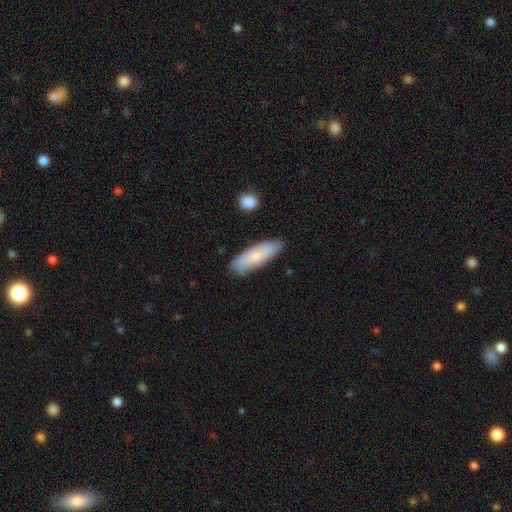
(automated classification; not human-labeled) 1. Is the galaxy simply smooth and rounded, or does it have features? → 77% smooth, 17% featured or disk, 6% star or artifact.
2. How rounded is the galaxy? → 51% in between, 48% cigar-shaped, 2% round.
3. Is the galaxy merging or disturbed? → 81% none, 15% minor disturbance, 3% major disturbance, 2% merger.